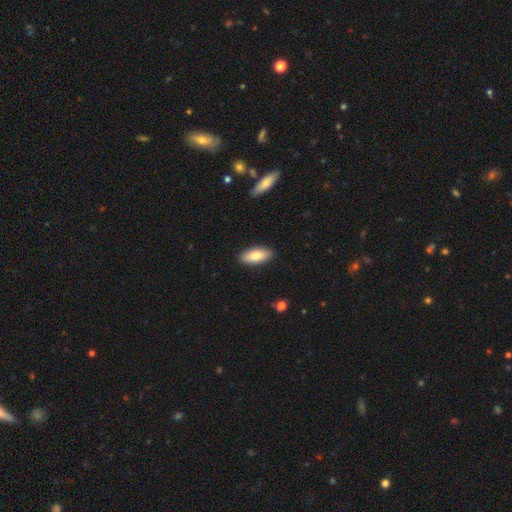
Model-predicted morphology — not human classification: Smooth or featured: smooth — 81% (featured or disk — 13%)
How rounded: in between — 85% (cigar-shaped — 13%)
Merging: none — 90% (minor disturbance — 7%)